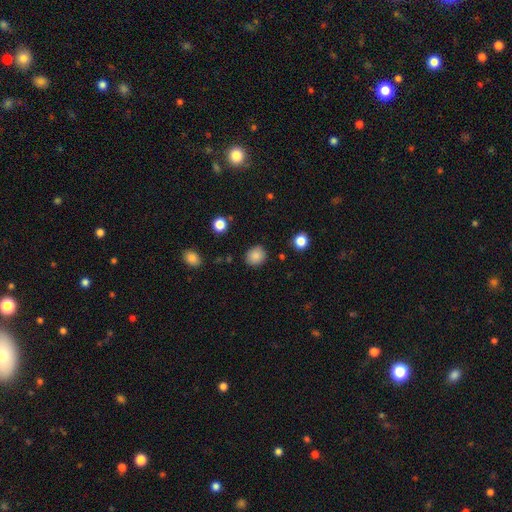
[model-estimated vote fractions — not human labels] Smooth or featured? smooth (85%)
How rounded? round (78%)
Merging? none (87%)